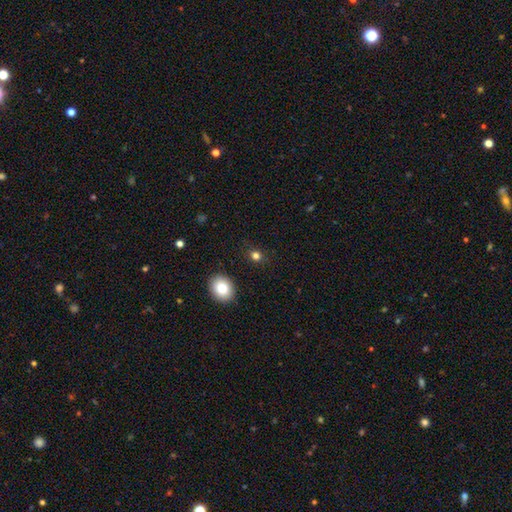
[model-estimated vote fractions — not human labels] Morphology: type=smooth (80%); roundness=round (69%); merging=none (86%).